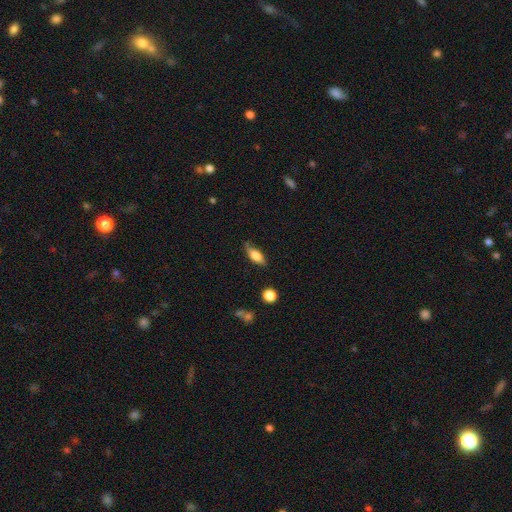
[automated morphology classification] smooth_or_featured: smooth (p=0.65) [alt: featured or disk p=0.28]
how_rounded: in between (p=0.70) [alt: cigar-shaped p=0.26]
merging: none (p=0.67) [alt: minor disturbance p=0.25]